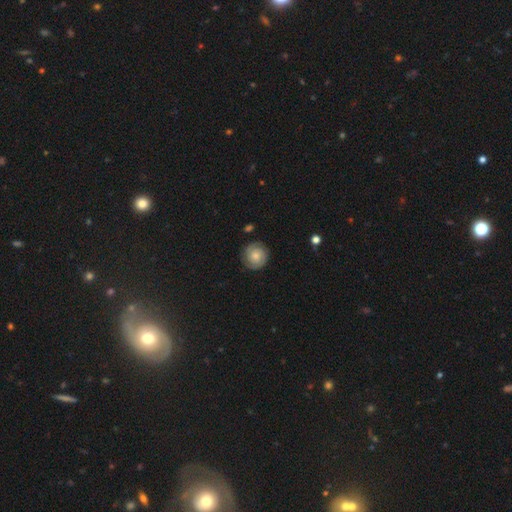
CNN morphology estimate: A featured or disk galaxy (55%) with no bar (80%), spiral arms (88%) and a moderate central bulge (52%). Merging: none (84%).